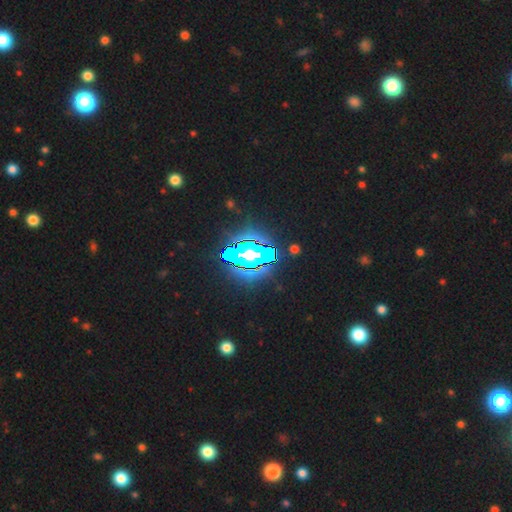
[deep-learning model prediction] A star or artifact, not a galaxy (80%).

Vote fractions:
- Smooth or featured? star or artifact: 80% / smooth: 11% / featured or disk: 9%